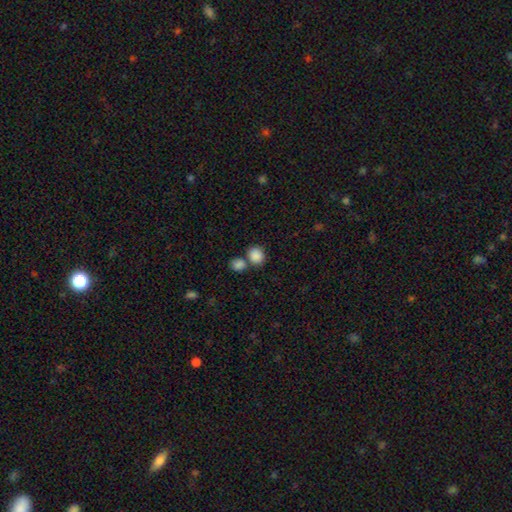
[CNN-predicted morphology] Smooth or featured? smooth (87%)
How rounded? round (77%)
Merging? none (57%)